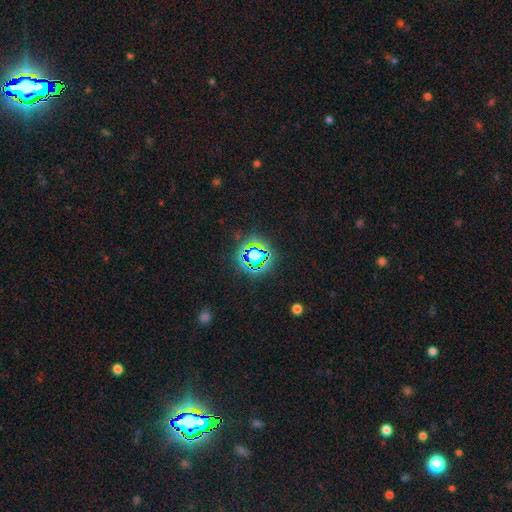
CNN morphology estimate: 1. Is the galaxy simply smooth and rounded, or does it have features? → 62% star or artifact, 27% smooth, 12% featured or disk.